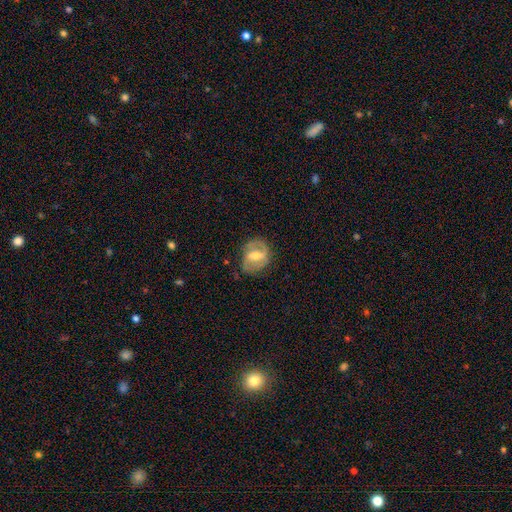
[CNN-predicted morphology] A featured or disk galaxy (68%) with a strong bar (44%), spiral arms (75%) and a moderate central bulge (56%). Merging: none (69%).